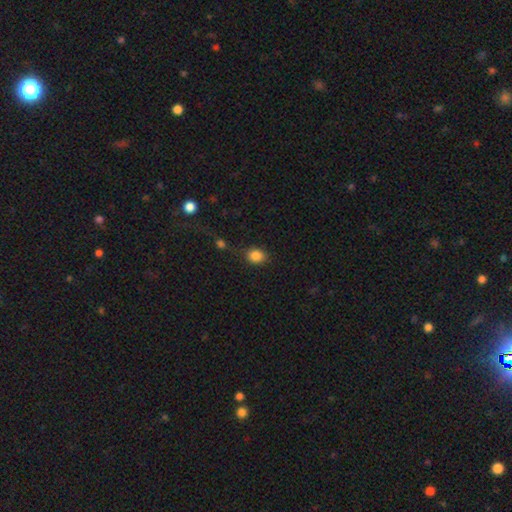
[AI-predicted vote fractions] Morphology: type=smooth (85%); roundness=round (55%); merging=none (70%).